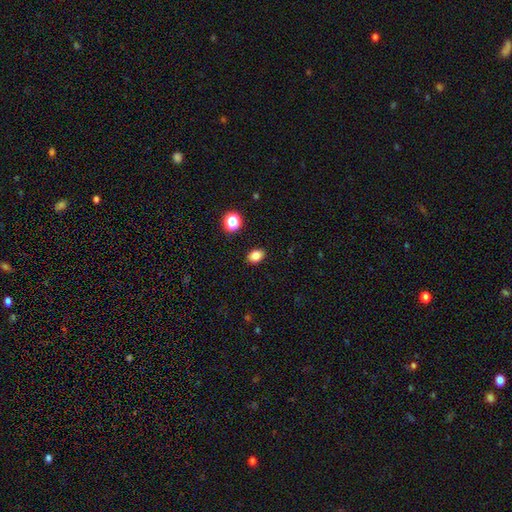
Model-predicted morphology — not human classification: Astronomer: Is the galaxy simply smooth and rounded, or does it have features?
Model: smooth — 83%.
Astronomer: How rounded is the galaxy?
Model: in between — 73%.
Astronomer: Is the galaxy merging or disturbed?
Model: none — 88%.